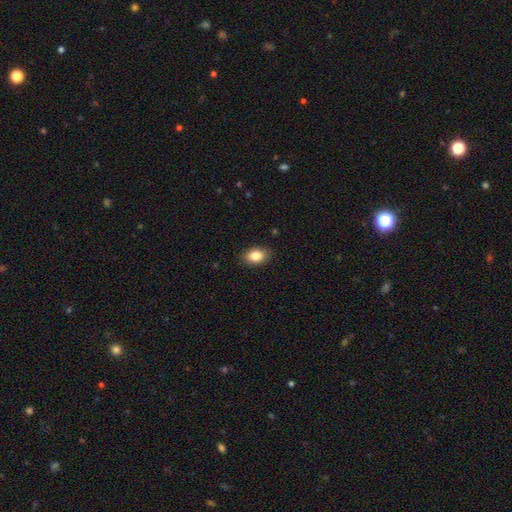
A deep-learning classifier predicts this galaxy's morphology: Smooth or featured?
  - smooth: 84% *
  - featured or disk: 8%
  - star or artifact: 8%
How rounded?
  - in between: 84% *
  - round: 14%
  - cigar-shaped: 1%
Merging?
  - none: 87% *
  - minor disturbance: 10%
  - major disturbance: 2%
  - merger: 1%